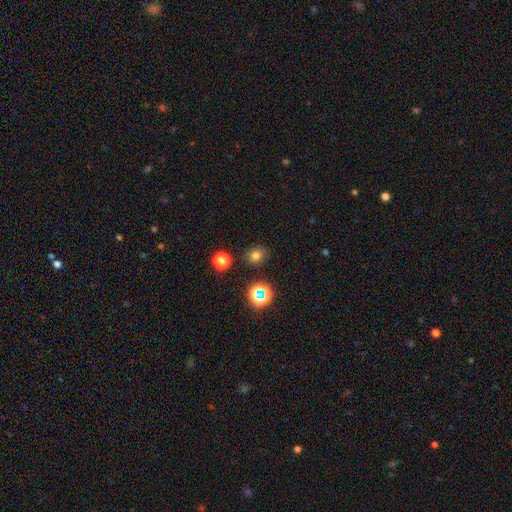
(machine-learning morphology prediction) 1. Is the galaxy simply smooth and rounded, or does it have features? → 72% smooth, 21% star or artifact, 7% featured or disk.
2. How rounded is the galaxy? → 75% round, 24% in between, 1% cigar-shaped.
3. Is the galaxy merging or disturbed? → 85% none, 9% minor disturbance, 3% merger, 3% major disturbance.